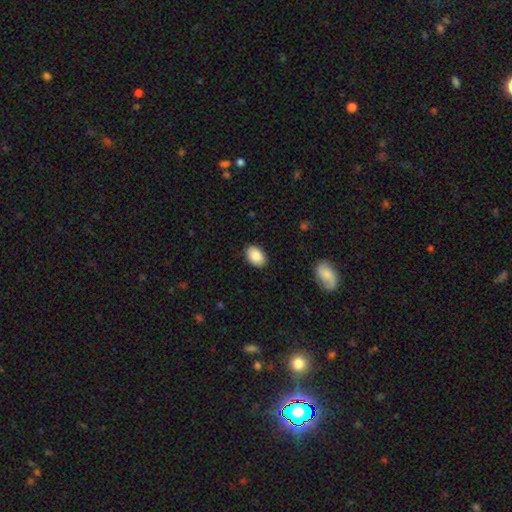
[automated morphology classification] smooth_or_featured: smooth (p=0.88) [alt: star or artifact p=0.07]
how_rounded: in between (p=0.86) [alt: round p=0.13]
merging: none (p=0.88) [alt: minor disturbance p=0.09]